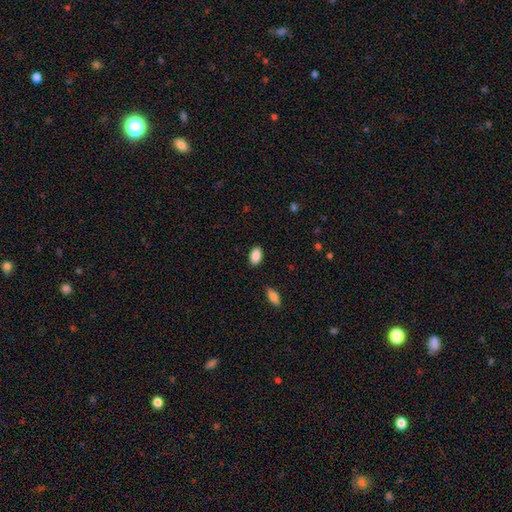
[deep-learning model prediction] This appears to be a smooth galaxy with no disk features (89%) that is in between round and cigar-shaped (92%). Merging: none (87%).